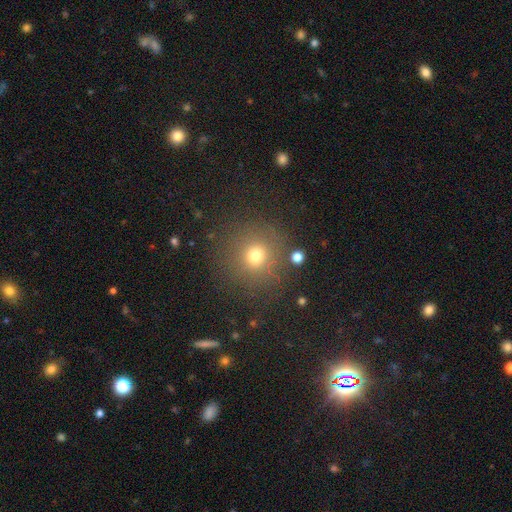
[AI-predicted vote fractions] Smooth or featured? Predicted: smooth (p=0.71). How rounded? Predicted: round (p=0.92). Merging? Predicted: none (p=0.85).